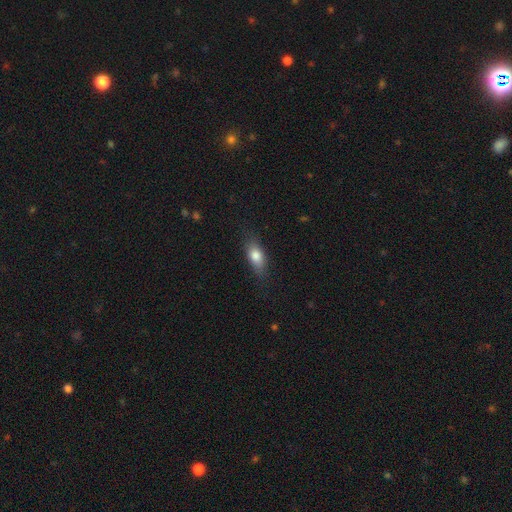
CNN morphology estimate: A smooth galaxy with no disk features (79%) that is in between round and cigar-shaped (79%). Merging: none (77%).